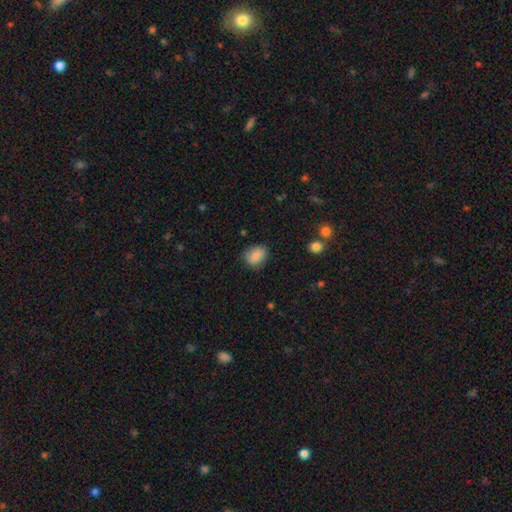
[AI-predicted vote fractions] Smooth or featured? smooth (86%)
How rounded? in between (67%)
Merging? none (78%)